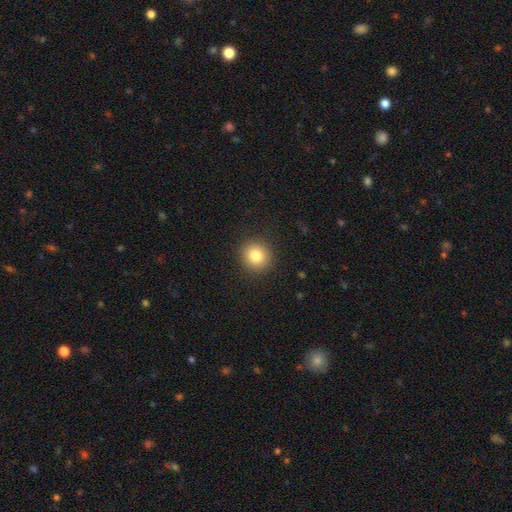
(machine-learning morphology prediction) Smooth or featured: smooth — 84% (star or artifact — 10%)
How rounded: round — 91% (in between — 8%)
Merging: none — 91% (minor disturbance — 6%)